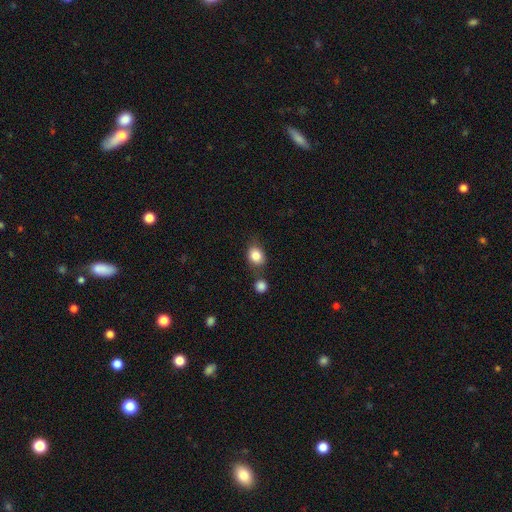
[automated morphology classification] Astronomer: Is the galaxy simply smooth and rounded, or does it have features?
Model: smooth — 84%.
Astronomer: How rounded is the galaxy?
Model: round — 50% (runner-up: in between, 49%).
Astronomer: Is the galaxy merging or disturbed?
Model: none — 65%.